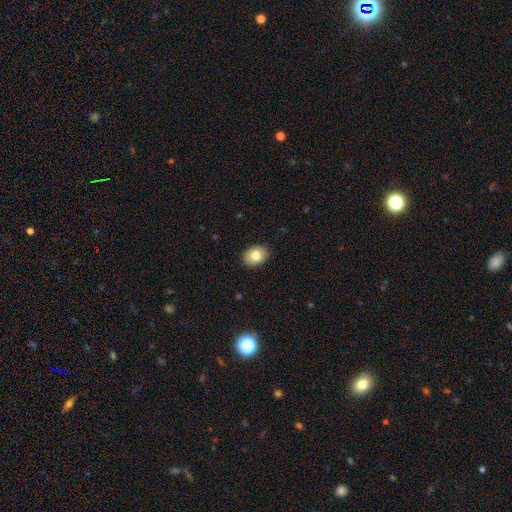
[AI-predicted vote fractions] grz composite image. It shows a smooth galaxy with no disk features (79%) that is in between round and cigar-shaped (61%). Merging: none (90%).